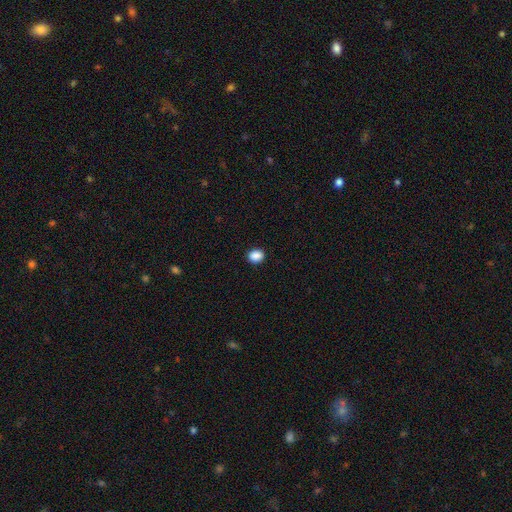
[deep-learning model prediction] Smooth or featured? smooth (89%)
How rounded? round (57%)
Merging? none (91%)